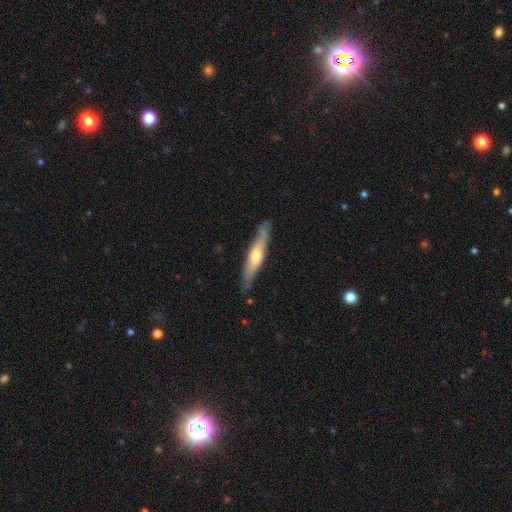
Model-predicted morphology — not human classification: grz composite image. It shows a featured or disk galaxy (52%) viewed edge-on (84%). Merging: none (78%).